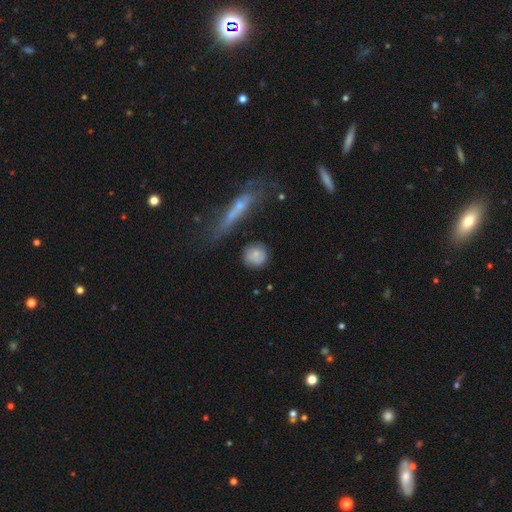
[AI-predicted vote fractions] Overall: smooth (70%). How rounded: round (87%). Merging: none (73%).